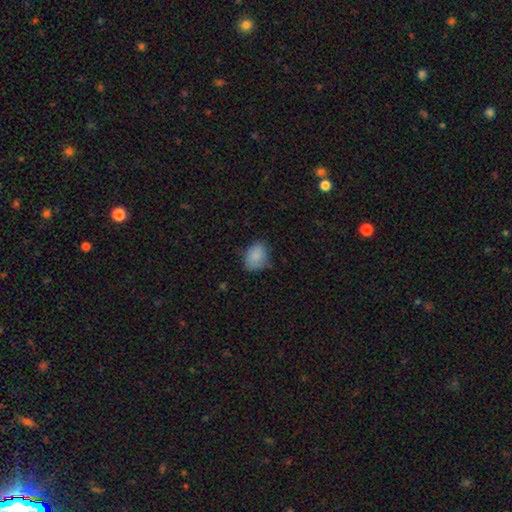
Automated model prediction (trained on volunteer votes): Smooth or featured: smooth — 86% (star or artifact — 8%)
How rounded: in between — 63% (round — 36%)
Merging: none — 69% (minor disturbance — 24%)